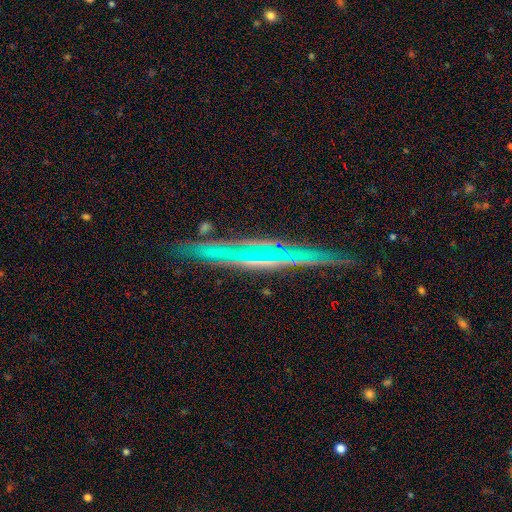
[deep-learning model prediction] Smooth or featured? Predicted: featured or disk (p=0.67). Edge-on disk? Predicted: yes (p=0.84). Edge-on bulge? Predicted: none (p=0.78). Merging? Predicted: none (p=0.78).